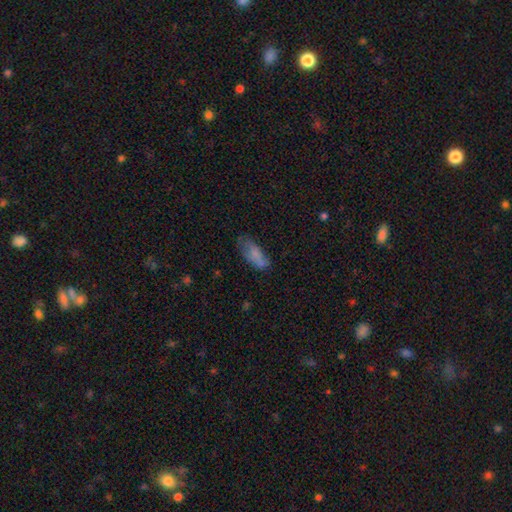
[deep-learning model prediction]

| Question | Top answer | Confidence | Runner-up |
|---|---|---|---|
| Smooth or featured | smooth | 74% | featured or disk (17%) |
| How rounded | in between | 77% | cigar-shaped (20%) |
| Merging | none | 47% | minor disturbance (32%) |